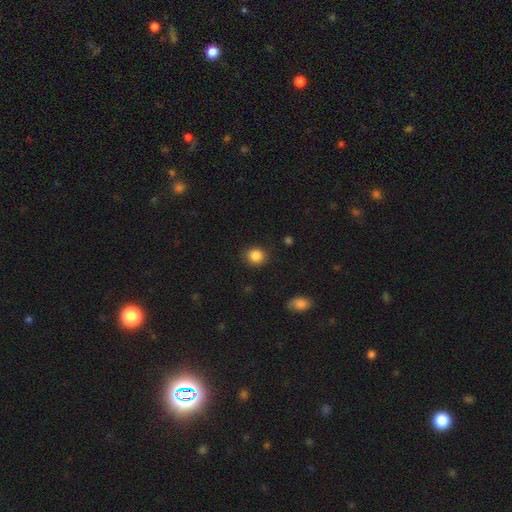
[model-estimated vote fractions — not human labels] Overall: smooth (86%). How rounded: round (80%). Merging: none (87%).